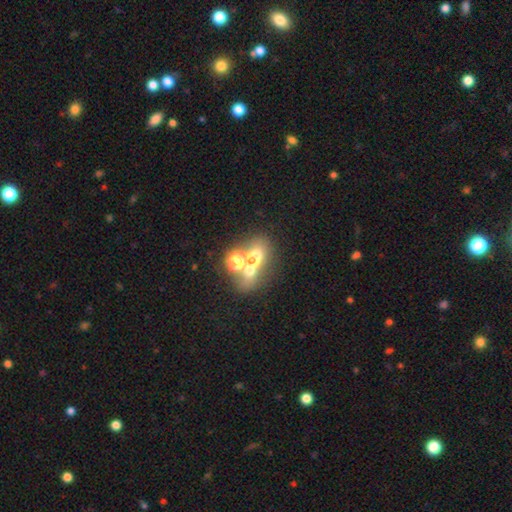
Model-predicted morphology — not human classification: Smooth or featured?
  - smooth: 47% *
  - star or artifact: 28%
  - featured or disk: 25%
Merging?
  - merger: 48% *
  - none: 37%
  - minor disturbance: 8%
  - major disturbance: 7%